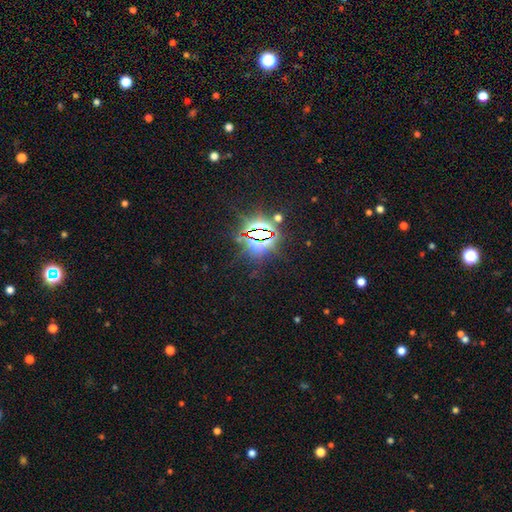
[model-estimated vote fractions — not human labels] Q: Smooth or featured?
A: star or artifact (87%); runner-up: smooth (7%)